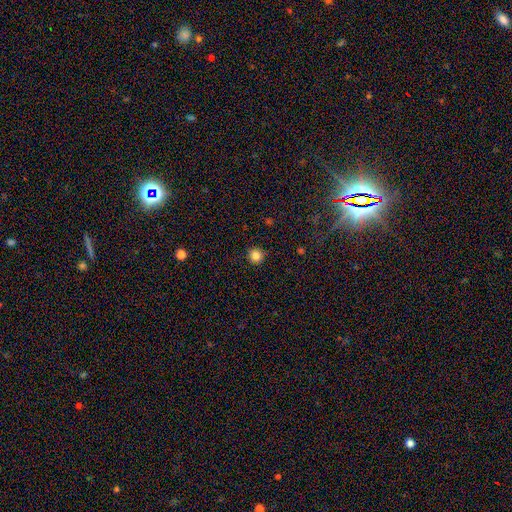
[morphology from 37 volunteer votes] This appears to be a smooth galaxy with no disk features (84%) that is round (94%). Merging: none (94%).